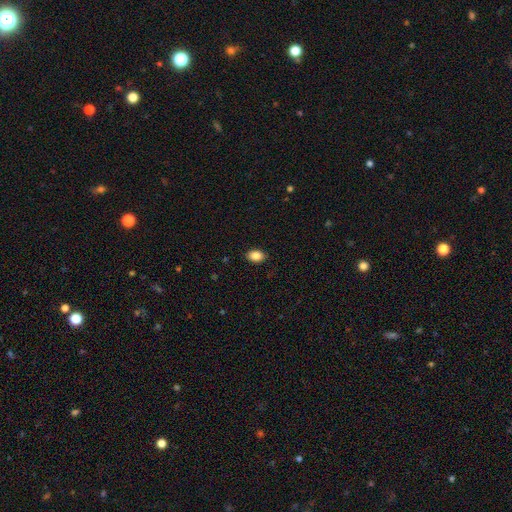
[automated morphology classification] Smooth or featured: smooth — 87% (star or artifact — 8%)
How rounded: in between — 84% (round — 15%)
Merging: none — 88% (minor disturbance — 9%)